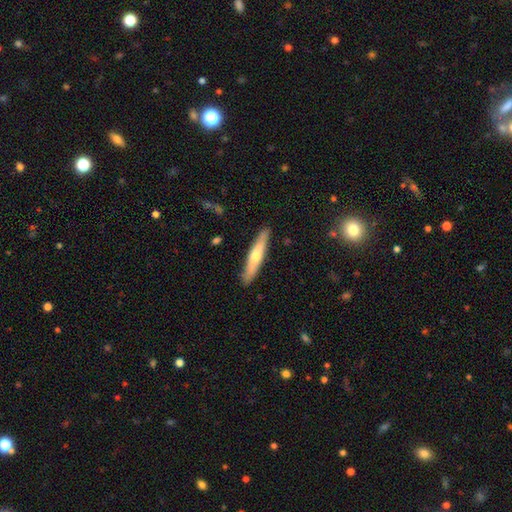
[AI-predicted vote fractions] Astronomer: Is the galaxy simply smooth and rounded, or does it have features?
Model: smooth — 50% (runner-up: featured or disk, 45%).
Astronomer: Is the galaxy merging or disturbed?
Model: none — 89%.